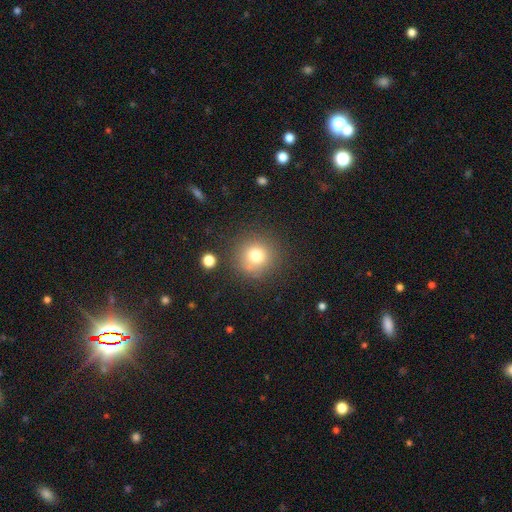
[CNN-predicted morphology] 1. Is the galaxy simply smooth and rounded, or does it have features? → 74% smooth, 14% star or artifact, 11% featured or disk.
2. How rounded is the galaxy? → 93% round, 6% in between, 1% cigar-shaped.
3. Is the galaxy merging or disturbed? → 80% none, 11% minor disturbance, 5% merger, 5% major disturbance.